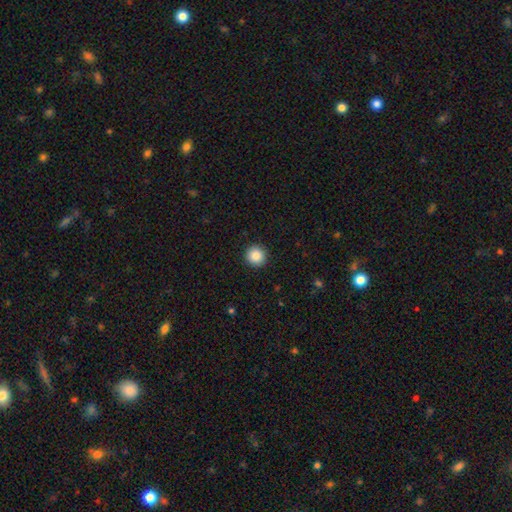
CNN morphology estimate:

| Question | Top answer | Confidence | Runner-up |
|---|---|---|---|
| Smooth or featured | smooth | 87% | star or artifact (9%) |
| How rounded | round | 95% | in between (4%) |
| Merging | none | 93% | minor disturbance (4%) |